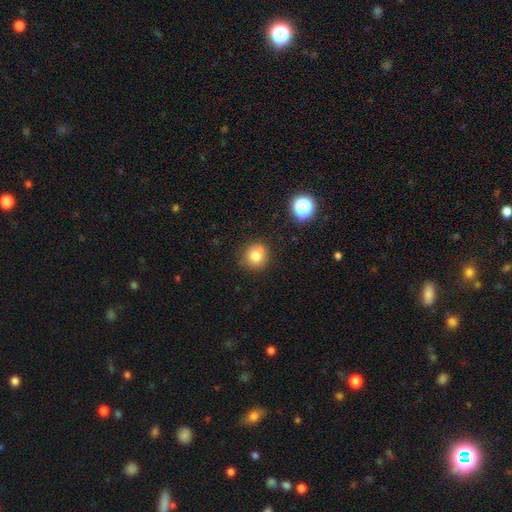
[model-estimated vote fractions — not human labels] smooth-or-featured: smooth: 79% | star or artifact: 13% | featured or disk: 8%
  how-rounded: round: 89% | in between: 10% | cigar-shaped: 1%
  merging: none: 87% | minor disturbance: 9% | major disturbance: 2% | merger: 2%